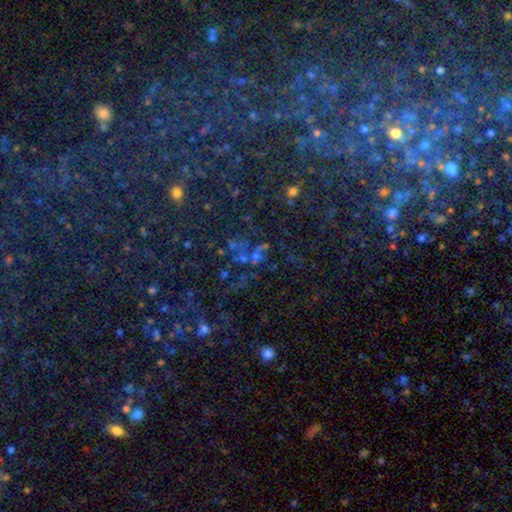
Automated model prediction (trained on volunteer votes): This is possibly a star or artifact rather than a galaxy (52%).